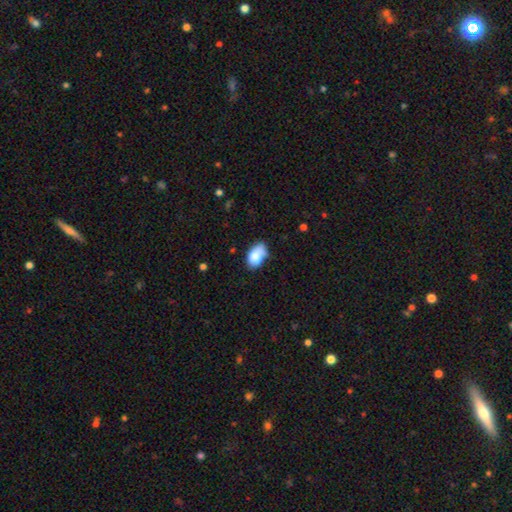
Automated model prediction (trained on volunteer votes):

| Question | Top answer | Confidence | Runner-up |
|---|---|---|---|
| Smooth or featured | smooth | 81% | featured or disk (12%) |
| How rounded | in between | 91% | round (8%) |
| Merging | none | 51% | minor disturbance (33%) |